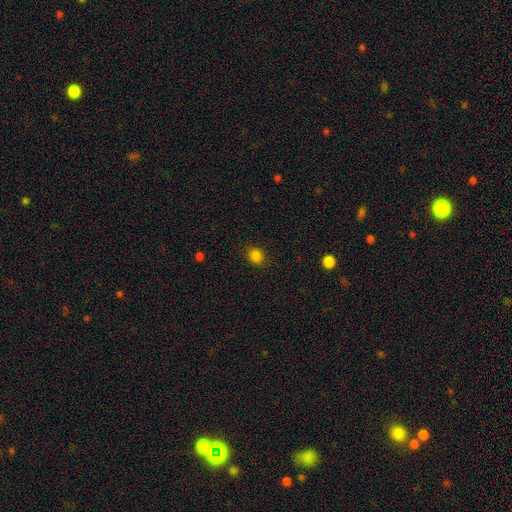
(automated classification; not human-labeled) Smooth or featured: smooth — 83% (star or artifact — 13%)
How rounded: round — 67% (in between — 32%)
Merging: none — 85% (minor disturbance — 11%)